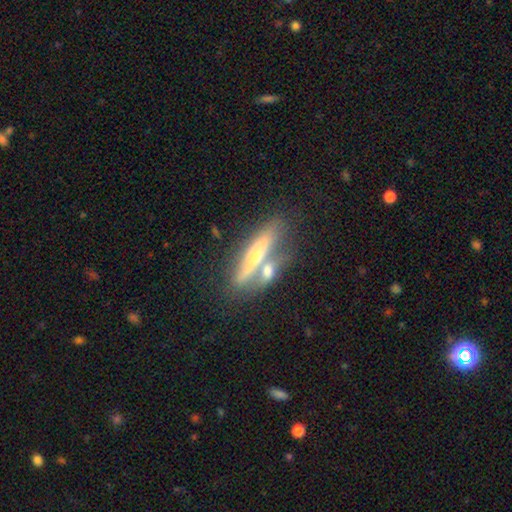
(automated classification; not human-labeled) smooth_or_featured: featured or disk (p=0.57) [alt: smooth p=0.36]
disk_edge_on: yes (p=0.85) [alt: no p=0.15]
merging: none (p=0.48) [alt: merger p=0.38]